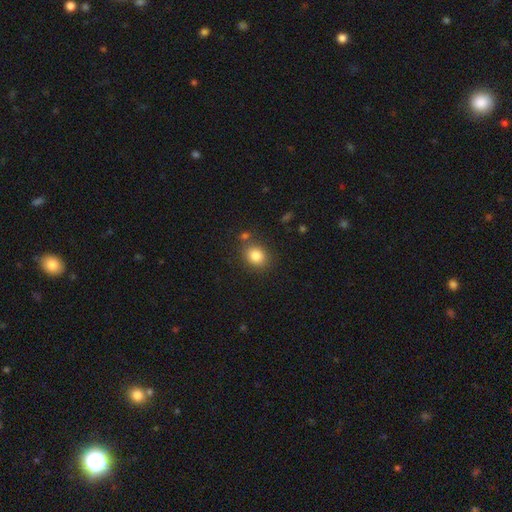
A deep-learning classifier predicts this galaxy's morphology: Q: Smooth or featured?
A: smooth (84%); runner-up: star or artifact (10%)
Q: How rounded?
A: round (58%); runner-up: in between (41%)
Q: Merging?
A: none (77%); runner-up: minor disturbance (12%)